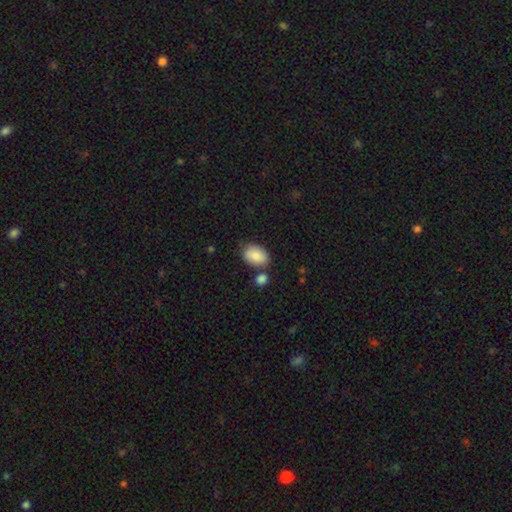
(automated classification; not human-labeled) smooth_or_featured: smooth (p=0.84) [alt: featured or disk p=0.09]
how_rounded: in between (p=0.87) [alt: round p=0.12]
merging: none (p=0.64) [alt: minor disturbance p=0.17]